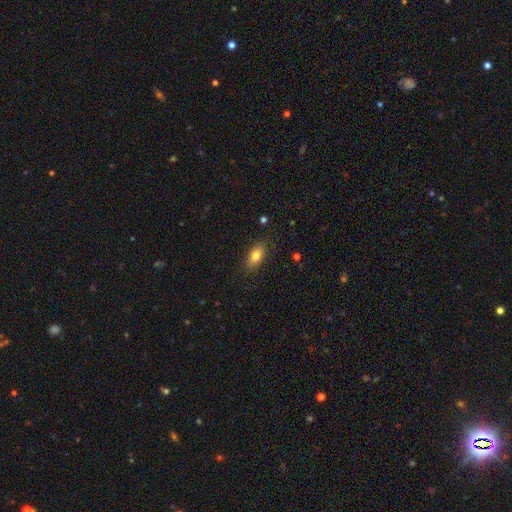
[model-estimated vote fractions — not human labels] A smooth galaxy with no disk features (81%) that is in between round and cigar-shaped (86%).

Vote fractions:
- Smooth or featured? smooth: 81% / featured or disk: 11% / star or artifact: 8%
- How rounded? in between: 86% / cigar-shaped: 9% / round: 6%
- Merging? none: 85% / minor disturbance: 11% / major disturbance: 3% / merger: 1%